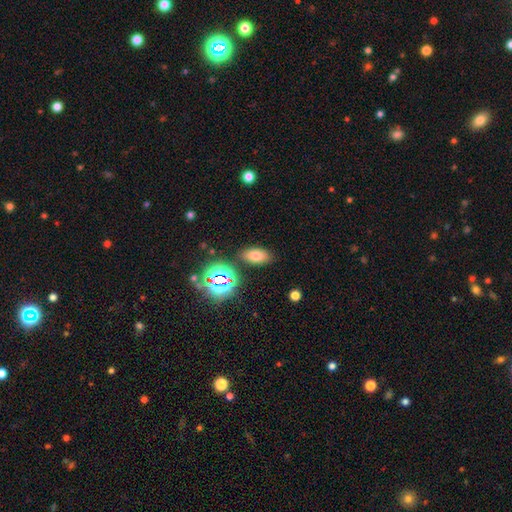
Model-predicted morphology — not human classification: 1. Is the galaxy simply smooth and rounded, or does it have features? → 71% smooth, 20% star or artifact, 9% featured or disk.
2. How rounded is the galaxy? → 89% in between, 7% round, 3% cigar-shaped.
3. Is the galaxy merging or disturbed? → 83% none, 10% minor disturbance, 3% merger, 3% major disturbance.